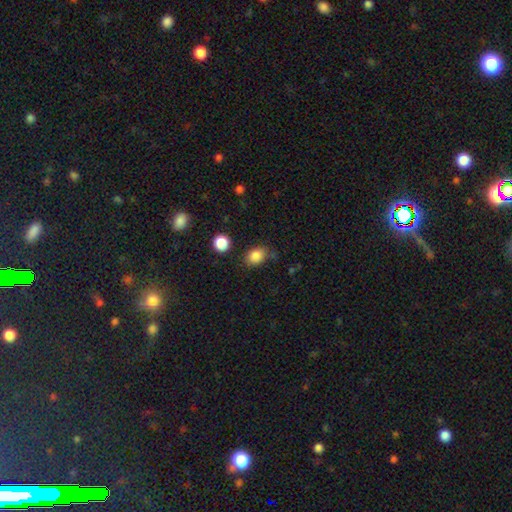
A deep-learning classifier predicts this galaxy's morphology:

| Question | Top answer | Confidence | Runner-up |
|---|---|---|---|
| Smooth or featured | smooth | 85% | star or artifact (10%) |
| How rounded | in between | 64% | round (35%) |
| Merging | none | 71% | minor disturbance (20%) |